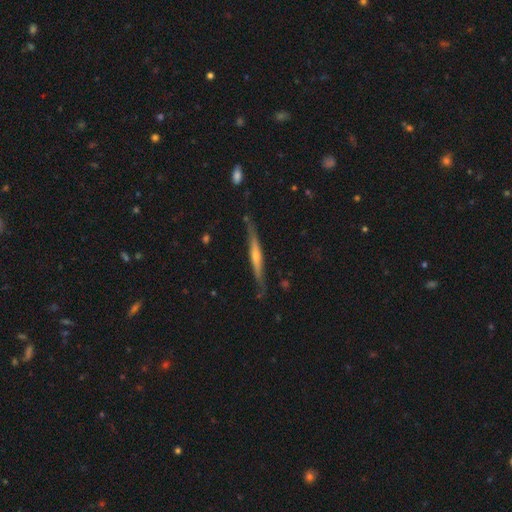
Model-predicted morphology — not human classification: A featured or disk galaxy (70%) viewed edge-on (96%) with a rounded central bulge (63%).

Vote fractions:
- Smooth or featured? featured or disk: 70% / smooth: 24% / star or artifact: 6%
- Edge-on disk? yes: 96% / no: 4%
- Edge-on bulge? rounded: 63% / none: 28% / boxy: 9%
- Merging? none: 81% / minor disturbance: 14% / major disturbance: 3% / merger: 2%